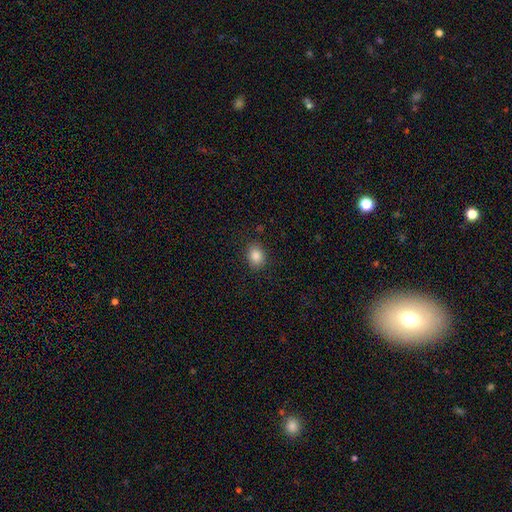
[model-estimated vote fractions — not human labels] smooth 86%, star or artifact 10%, featured or disk 5%. Down the decision tree: how rounded — in between (55%); merging — none (87%).